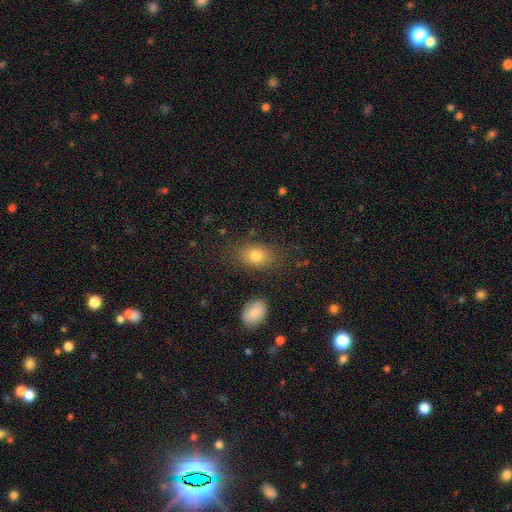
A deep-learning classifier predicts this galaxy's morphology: This is likely a smooth galaxy (78%). How rounded: likely in between (76%). Merging: likely none (79%).